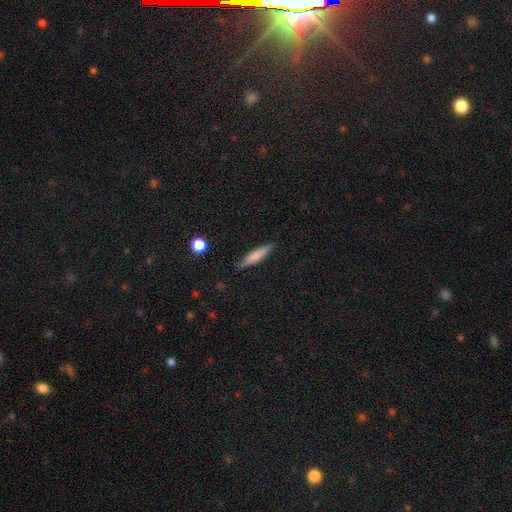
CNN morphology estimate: Smooth or featured?
  - smooth: 73% *
  - featured or disk: 21%
  - star or artifact: 6%
How rounded?
  - cigar-shaped: 84% *
  - in between: 15%
  - round: 2%
Merging?
  - none: 87% *
  - minor disturbance: 10%
  - major disturbance: 2%
  - merger: 1%